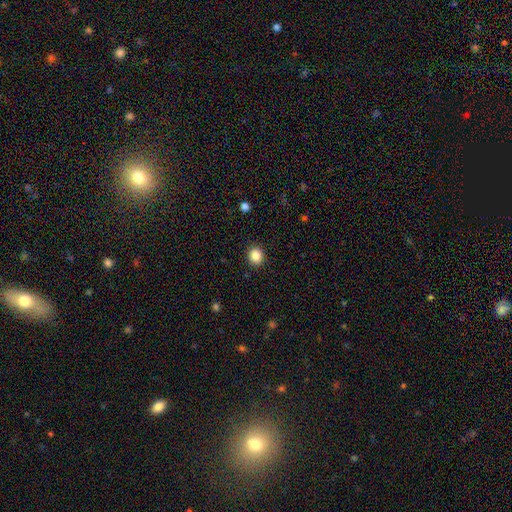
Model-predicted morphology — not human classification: The model was most divided on "how rounded": round: 76%, in between: 23%, cigar-shaped: 1%. More confident: merging — none (91%); smooth or featured — smooth (85%).